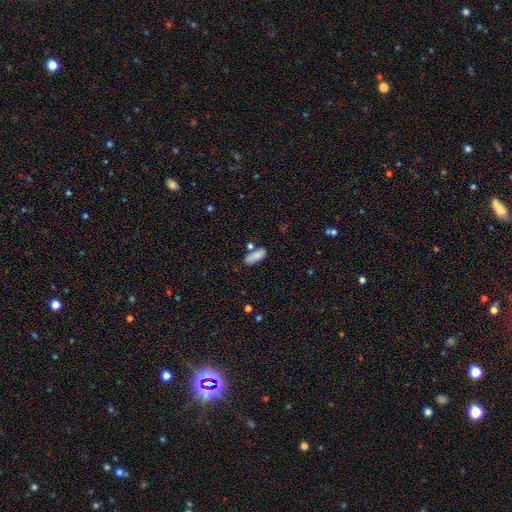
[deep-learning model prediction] A smooth galaxy with no disk features (84%) that is in between round and cigar-shaped (77%).

Vote fractions:
- Smooth or featured? smooth: 84% / featured or disk: 8% / star or artifact: 8%
- How rounded? in between: 77% / cigar-shaped: 20% / round: 3%
- Merging? none: 66% / minor disturbance: 16% / merger: 14% / major disturbance: 4%